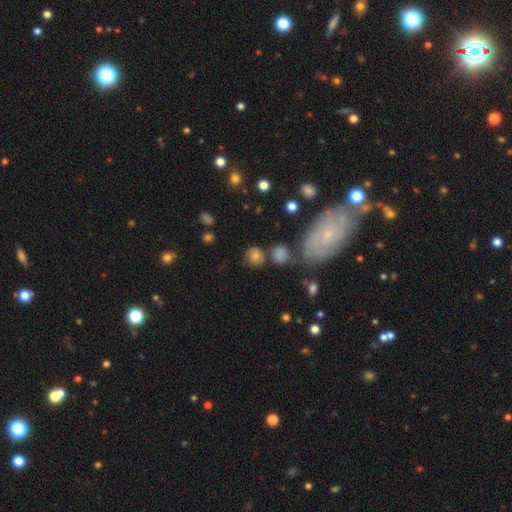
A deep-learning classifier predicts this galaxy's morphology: smooth_or_featured: smooth (p=0.68) [alt: featured or disk p=0.18]
how_rounded: round (p=0.81) [alt: in between p=0.18]
merging: none (p=0.68) [alt: minor disturbance p=0.15]